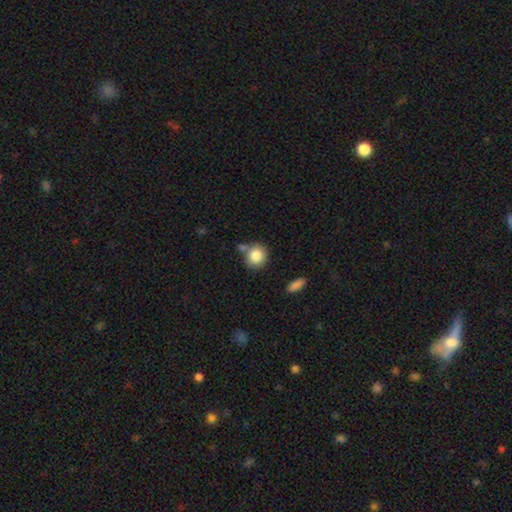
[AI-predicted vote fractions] smooth-or-featured: smooth: 84% | star or artifact: 8% | featured or disk: 8%
  how-rounded: round: 82% | in between: 16% | cigar-shaped: 1%
  merging: none: 61% | merger: 19% | minor disturbance: 16% | major disturbance: 5%